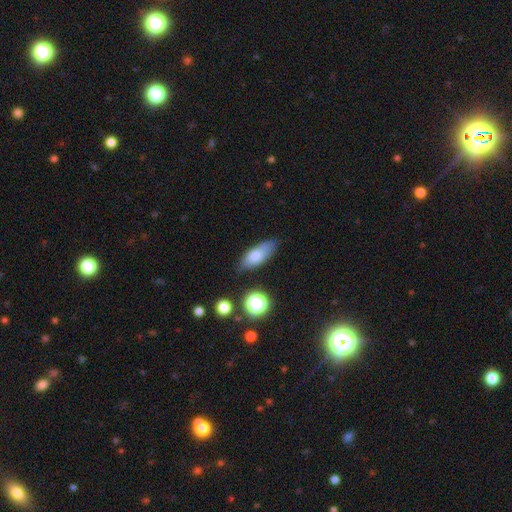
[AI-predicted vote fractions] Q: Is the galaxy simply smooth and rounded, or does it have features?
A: smooth — 73%.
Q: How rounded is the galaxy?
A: in between — 75%.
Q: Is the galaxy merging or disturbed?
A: none — 72%.